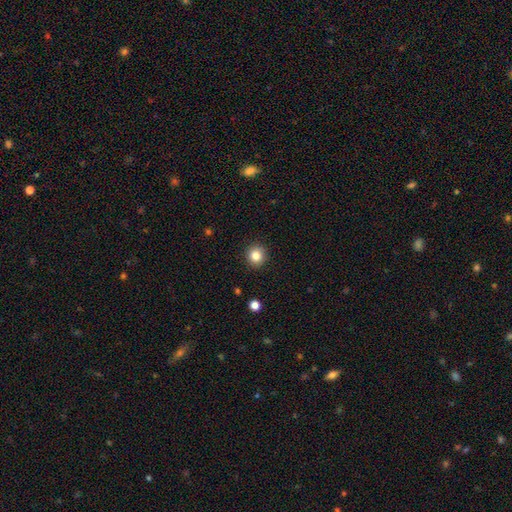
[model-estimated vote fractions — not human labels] smooth-or-featured: smooth: 83% | star or artifact: 11% | featured or disk: 6%
  how-rounded: round: 89% | in between: 10% | cigar-shaped: 1%
  merging: none: 91% | minor disturbance: 6% | major disturbance: 2% | merger: 1%